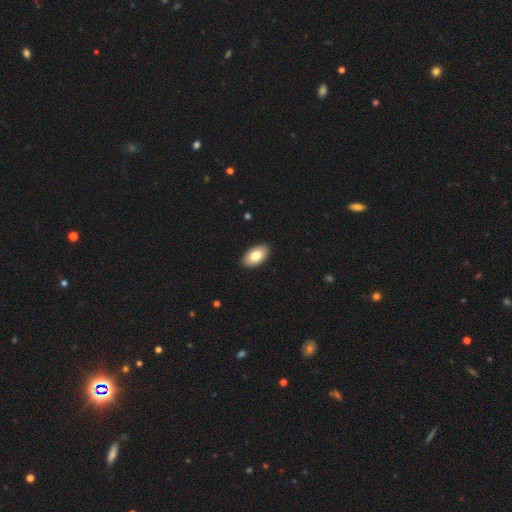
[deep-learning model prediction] Q: Smooth or featured?
A: smooth (81%); runner-up: featured or disk (13%)
Q: How rounded?
A: in between (95%); runner-up: round (4%)
Q: Merging?
A: none (90%); runner-up: minor disturbance (7%)